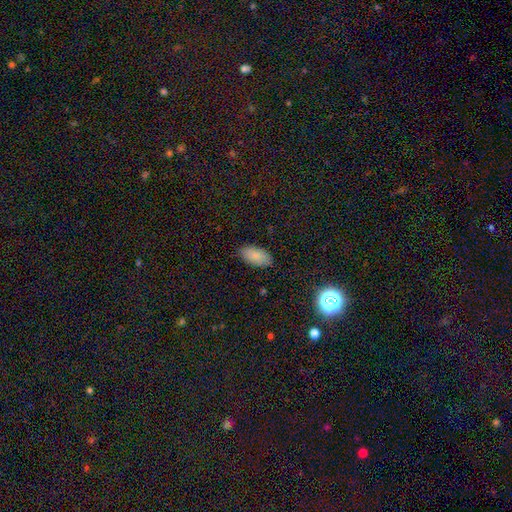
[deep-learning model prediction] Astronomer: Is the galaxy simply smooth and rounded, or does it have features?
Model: smooth — 84%.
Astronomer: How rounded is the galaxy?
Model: in between — 94%.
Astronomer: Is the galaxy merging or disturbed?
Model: none — 84%.